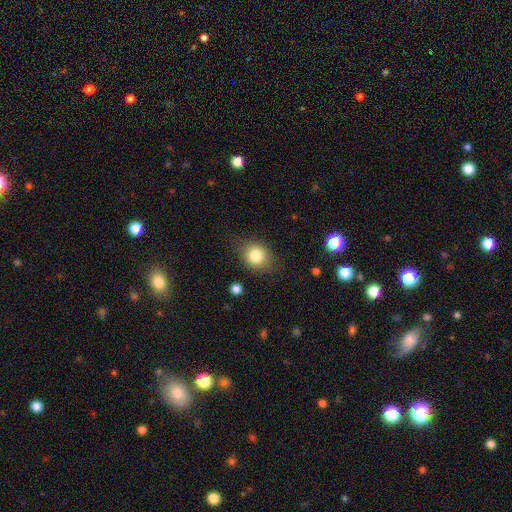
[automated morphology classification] Smooth or featured?
  - smooth: 81% *
  - star or artifact: 10%
  - featured or disk: 9%
How rounded?
  - round: 68% *
  - in between: 31%
  - cigar-shaped: 1%
Merging?
  - none: 76% *
  - minor disturbance: 17%
  - major disturbance: 5%
  - merger: 2%